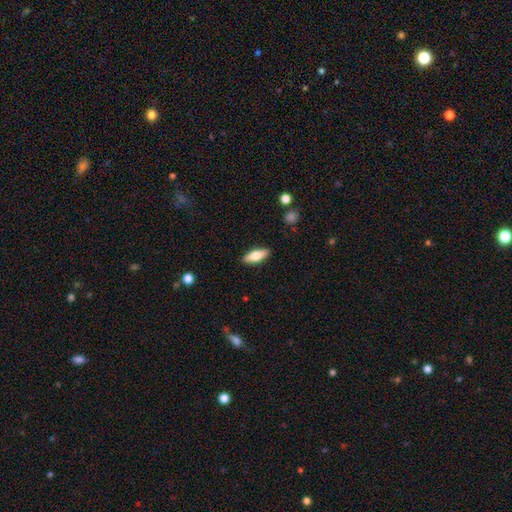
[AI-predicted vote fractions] A smooth galaxy with no disk features (68%) that is in between round and cigar-shaped (67%).

Vote fractions:
- Smooth or featured? smooth: 68% / featured or disk: 26% / star or artifact: 6%
- How rounded? in between: 67% / cigar-shaped: 31% / round: 2%
- Merging? none: 88% / minor disturbance: 8% / major disturbance: 2% / merger: 1%